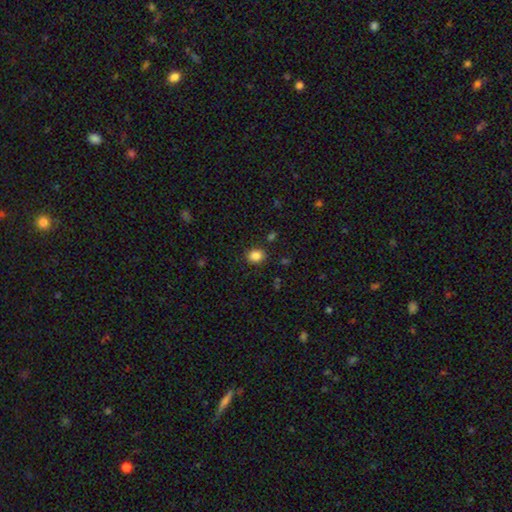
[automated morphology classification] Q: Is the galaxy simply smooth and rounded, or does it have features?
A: smooth — 86%.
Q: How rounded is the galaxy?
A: round — 56%.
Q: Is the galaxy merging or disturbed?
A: none — 87%.